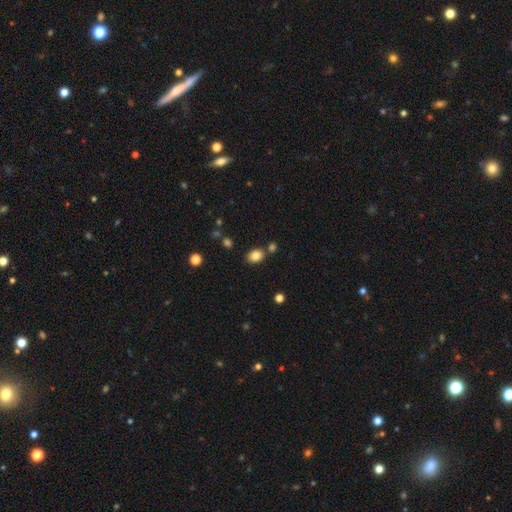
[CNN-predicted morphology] type=smooth (83%); roundness=in between (70%); merging=none (78%).